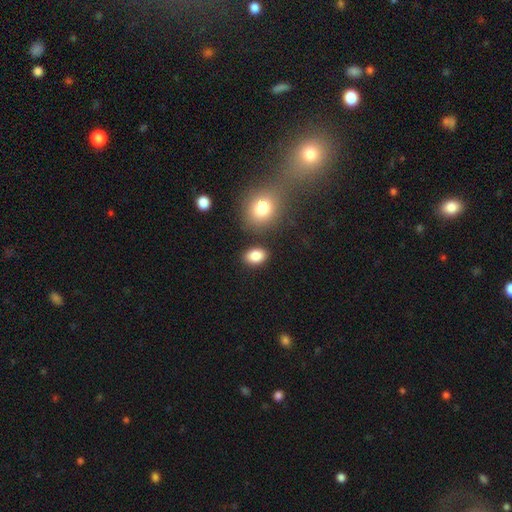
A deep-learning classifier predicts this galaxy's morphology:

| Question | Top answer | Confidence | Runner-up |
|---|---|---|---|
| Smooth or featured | smooth | 86% | star or artifact (9%) |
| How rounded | in between | 78% | round (21%) |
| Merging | none | 82% | minor disturbance (9%) |